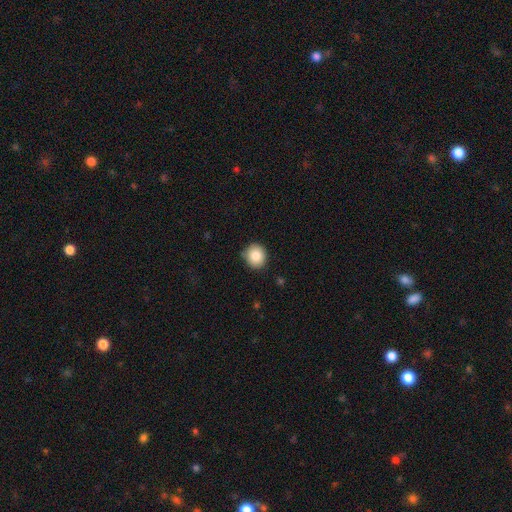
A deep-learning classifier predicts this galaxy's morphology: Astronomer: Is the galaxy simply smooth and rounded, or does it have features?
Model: smooth — 84%.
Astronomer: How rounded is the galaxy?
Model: round — 87%.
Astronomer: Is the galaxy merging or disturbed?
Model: none — 85%.